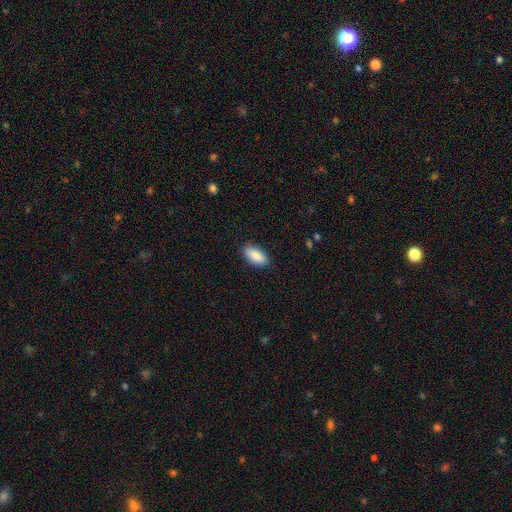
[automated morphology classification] type=smooth (88%); roundness=in between (91%); merging=none (88%).